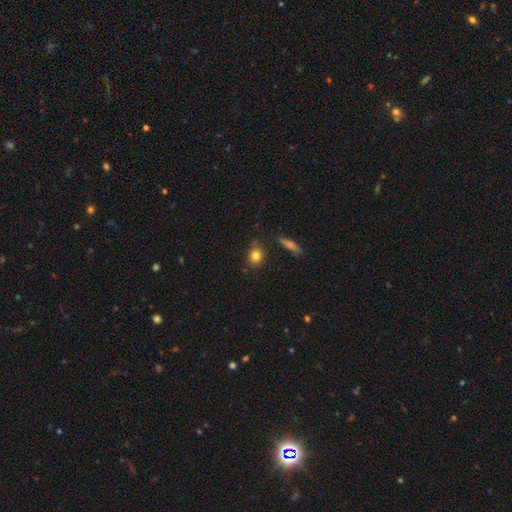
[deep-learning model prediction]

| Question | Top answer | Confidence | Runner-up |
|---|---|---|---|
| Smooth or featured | smooth | 82% | star or artifact (10%) |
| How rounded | round | 68% | in between (29%) |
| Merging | none | 78% | minor disturbance (15%) |